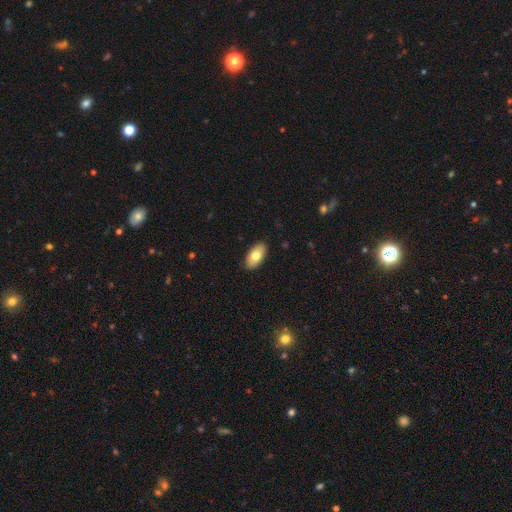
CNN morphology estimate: smooth_or_featured: smooth (p=0.75) [alt: featured or disk p=0.18]
how_rounded: in between (p=0.93) [alt: cigar-shaped p=0.03]
merging: none (p=0.88) [alt: minor disturbance p=0.09]